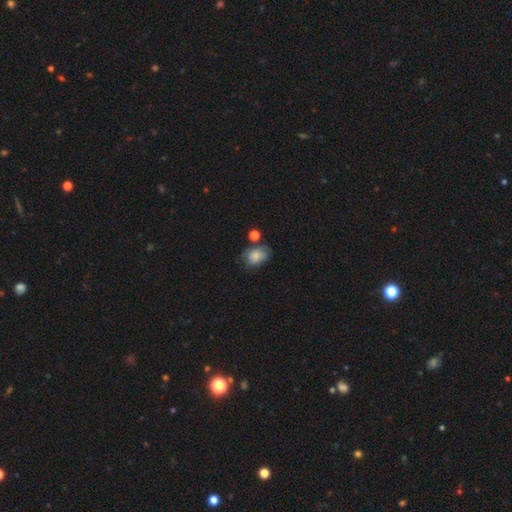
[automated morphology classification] This is likely a smooth galaxy (76%). How rounded: likely in between (73%). Merging: possibly none (52%).